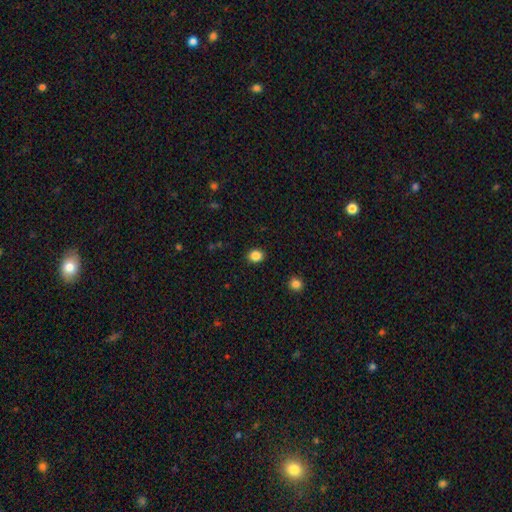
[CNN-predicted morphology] A smooth galaxy with no disk features (86%) that is round (75%).

Vote fractions:
- Smooth or featured? smooth: 86% / star or artifact: 11% / featured or disk: 3%
- How rounded? round: 75% / in between: 24% / cigar-shaped: 1%
- Merging? none: 91% / minor disturbance: 6% / major disturbance: 2% / merger: 1%